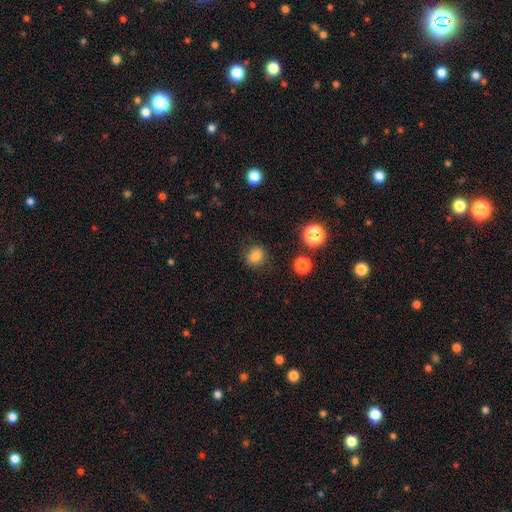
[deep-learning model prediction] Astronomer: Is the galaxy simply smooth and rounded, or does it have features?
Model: smooth — 81%.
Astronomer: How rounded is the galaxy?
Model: round — 70%.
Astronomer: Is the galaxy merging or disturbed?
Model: none — 84%.